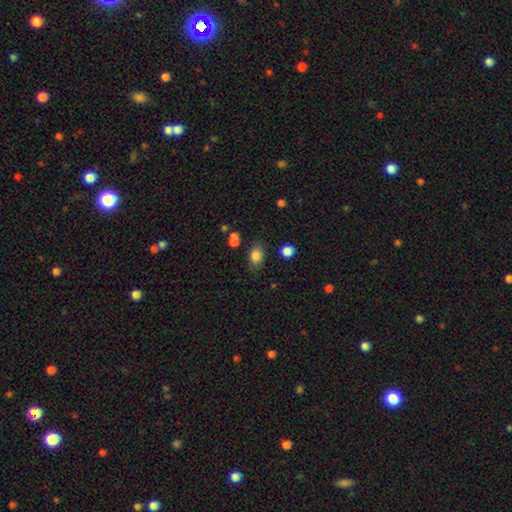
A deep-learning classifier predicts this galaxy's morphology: Smooth or featured? smooth (83%)
How rounded? in between (70%)
Merging? none (74%)